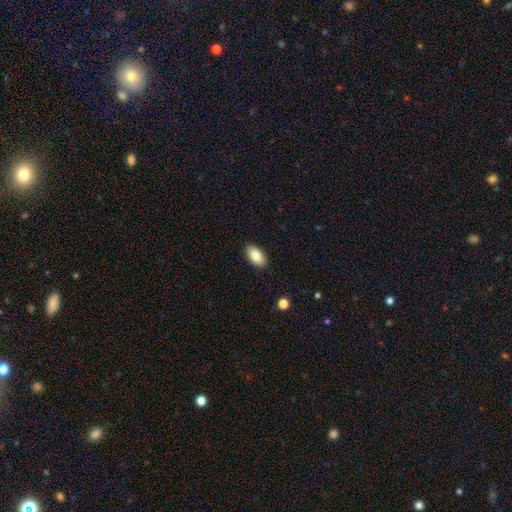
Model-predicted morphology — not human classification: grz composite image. It shows a smooth galaxy with no disk features (85%) that is in between round and cigar-shaped (94%). Merging: none (89%).